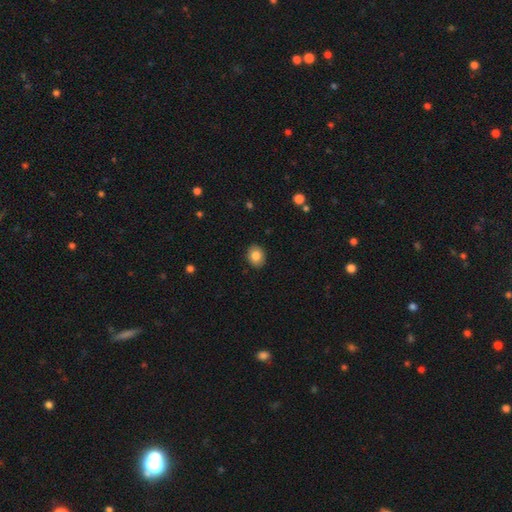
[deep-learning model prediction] Smooth or featured: smooth — 84% (star or artifact — 8%)
How rounded: round — 58% (in between — 41%)
Merging: none — 90% (minor disturbance — 7%)